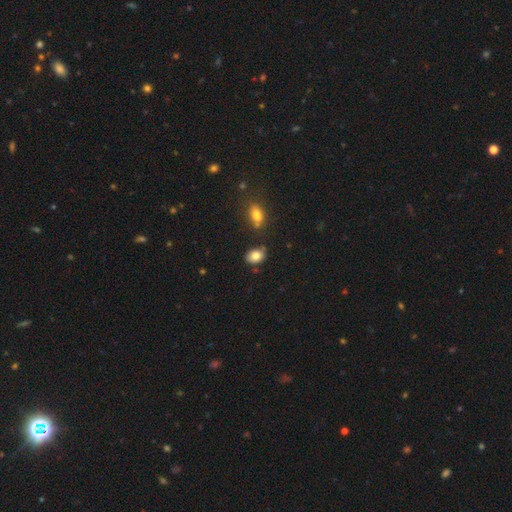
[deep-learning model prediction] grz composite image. It shows a smooth galaxy with no disk features (81%) that is in between round and cigar-shaped (78%). Merging: none (78%).